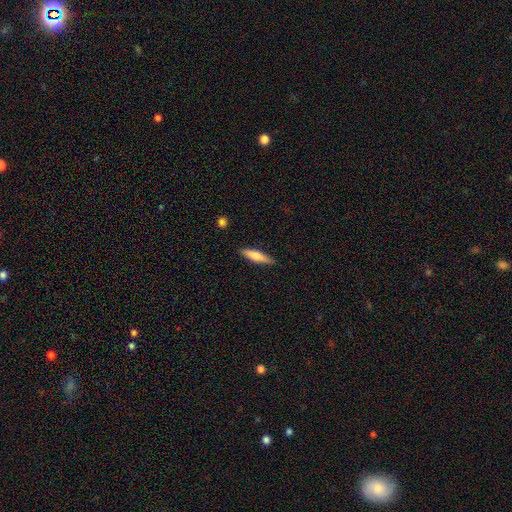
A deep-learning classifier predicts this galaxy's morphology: This is likely a smooth galaxy (71%). How rounded: likely cigar-shaped (76%). Merging: clearly none (87%).